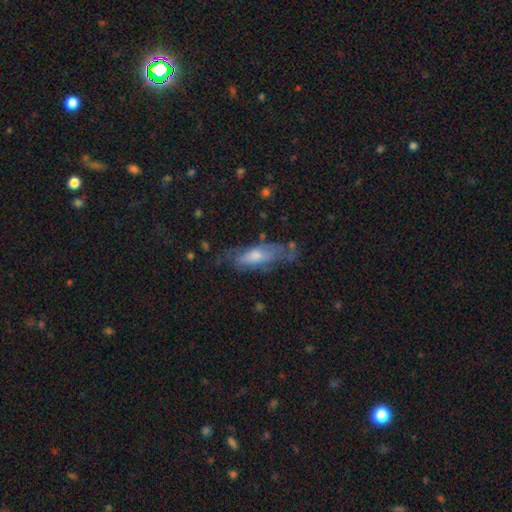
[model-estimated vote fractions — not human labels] A featured or disk galaxy (53%).

Vote fractions:
- Smooth or featured? featured or disk: 53% / smooth: 39% / star or artifact: 8%
- Edge-on disk? no: 70% / yes: 30%
- Merging? none: 50% / minor disturbance: 27% / major disturbance: 20% / merger: 3%